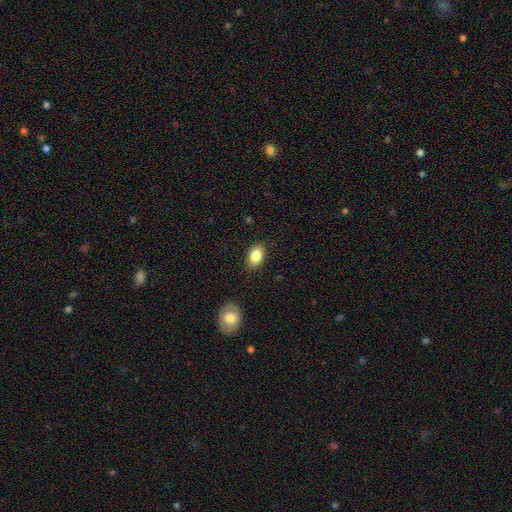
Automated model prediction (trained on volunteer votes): Smooth or featured: smooth — 85% (star or artifact — 8%)
How rounded: in between — 89% (round — 9%)
Merging: none — 86% (minor disturbance — 10%)